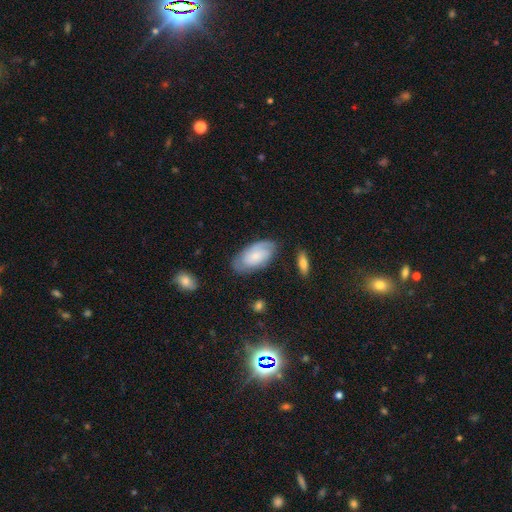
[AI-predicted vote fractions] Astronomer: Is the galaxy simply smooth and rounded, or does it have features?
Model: featured or disk — 47% (runner-up: smooth, 46%).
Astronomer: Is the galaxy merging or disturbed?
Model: none — 74%.